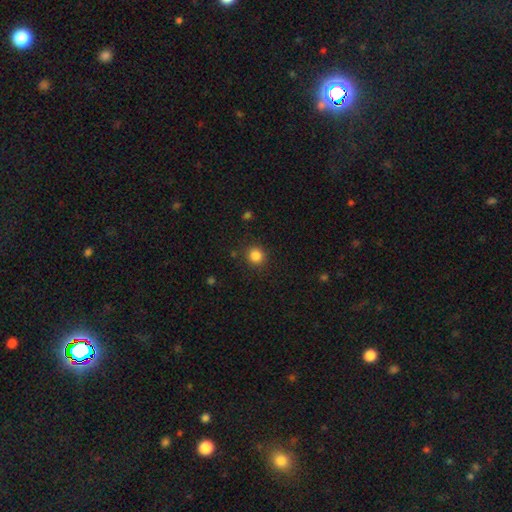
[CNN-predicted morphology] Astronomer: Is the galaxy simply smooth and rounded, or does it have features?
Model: smooth — 84%.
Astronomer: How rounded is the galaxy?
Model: round — 92%.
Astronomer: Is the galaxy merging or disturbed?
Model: none — 89%.